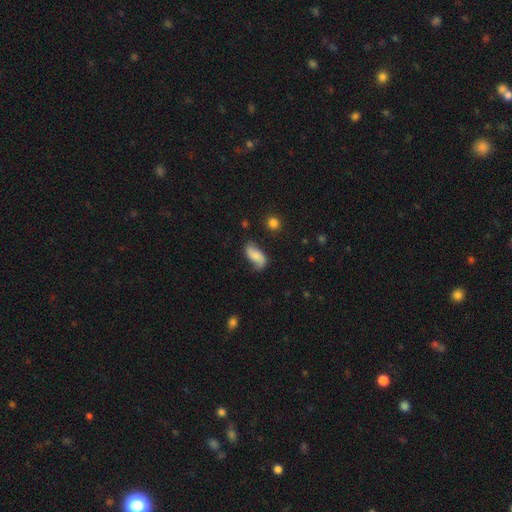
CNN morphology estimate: This appears to be a featured or disk galaxy (50%). Merging: none (62%).